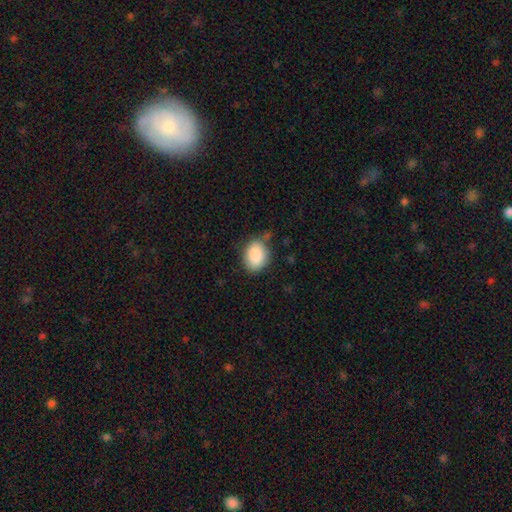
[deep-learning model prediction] smooth-or-featured: smooth: 88% | star or artifact: 7% | featured or disk: 5%
  how-rounded: in between: 68% | round: 31% | cigar-shaped: 1%
  merging: none: 71% | minor disturbance: 21% | major disturbance: 5% | merger: 3%